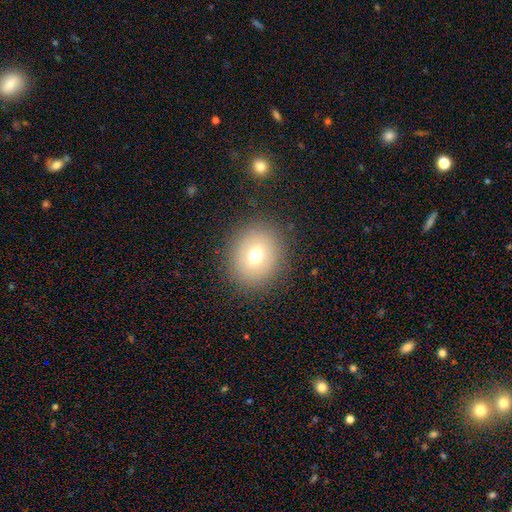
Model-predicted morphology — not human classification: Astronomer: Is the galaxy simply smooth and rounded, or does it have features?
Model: smooth — 68%.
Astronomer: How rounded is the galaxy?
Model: round — 70%.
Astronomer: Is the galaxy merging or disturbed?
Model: none — 86%.